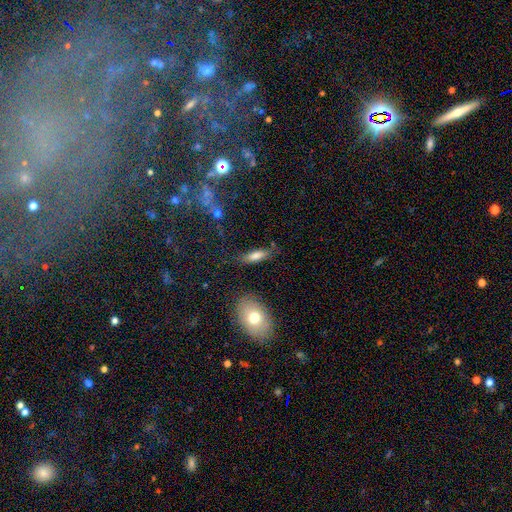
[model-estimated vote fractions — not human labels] Q: Smooth or featured?
A: smooth (77%); runner-up: featured or disk (15%)
Q: How rounded?
A: in between (50%); runner-up: cigar-shaped (47%)
Q: Merging?
A: none (76%); runner-up: minor disturbance (16%)